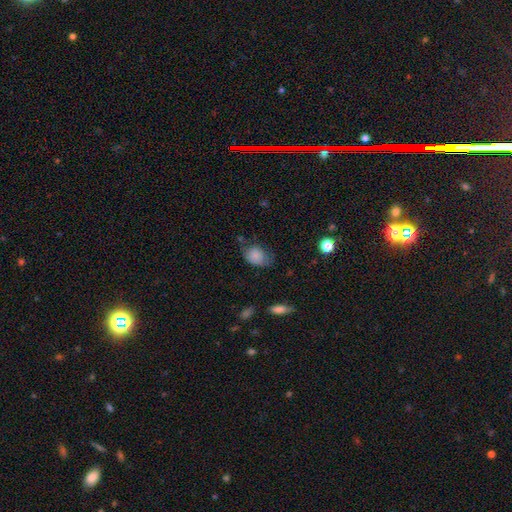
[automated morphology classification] smooth-or-featured: smooth: 83% | featured or disk: 9% | star or artifact: 8%
  how-rounded: in between: 69% | round: 29% | cigar-shaped: 1%
  merging: none: 51% | minor disturbance: 34% | major disturbance: 13% | merger: 3%